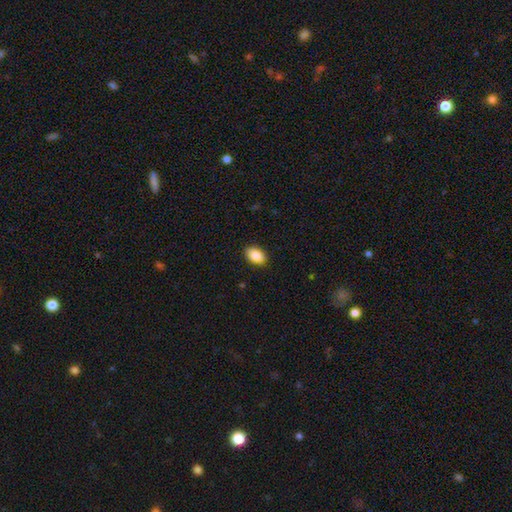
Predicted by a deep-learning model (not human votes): This appears to be a smooth galaxy with no disk features (88%) that is in between round and cigar-shaped (90%). Merging: none (89%).